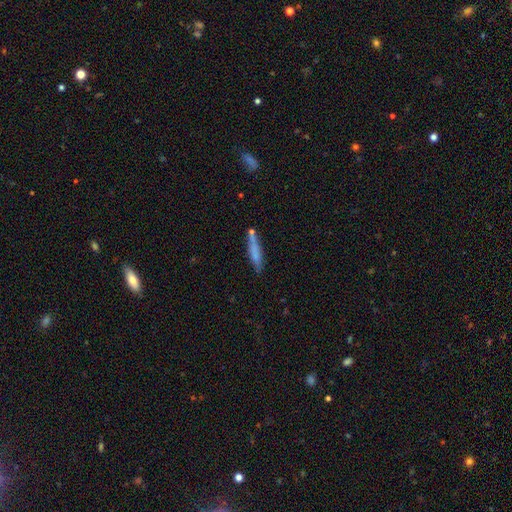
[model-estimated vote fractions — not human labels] A smooth galaxy with no disk features (64%) that is cigar-shaped (92%). Merging: none (71%).